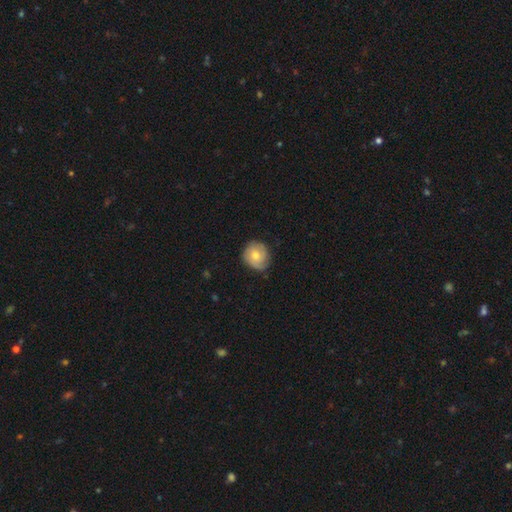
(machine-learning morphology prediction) Smooth or featured? smooth (58%)
How rounded? round (84%)
Merging? none (70%)